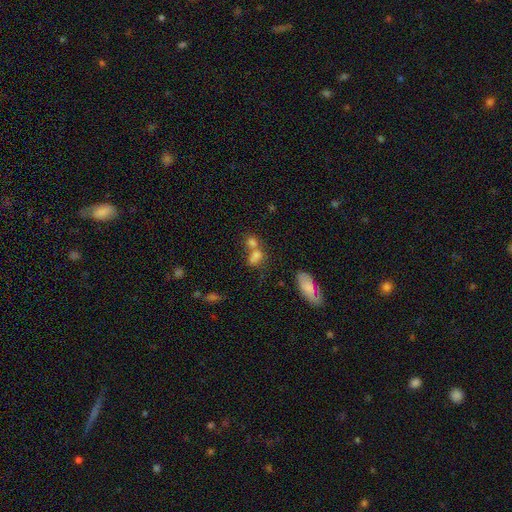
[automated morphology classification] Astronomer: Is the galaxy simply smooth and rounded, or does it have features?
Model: smooth — 71%.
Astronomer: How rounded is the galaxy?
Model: round — 49% (runner-up: in between, 48%).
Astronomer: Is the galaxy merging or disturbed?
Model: merger — 55% (runner-up: none, 30%).